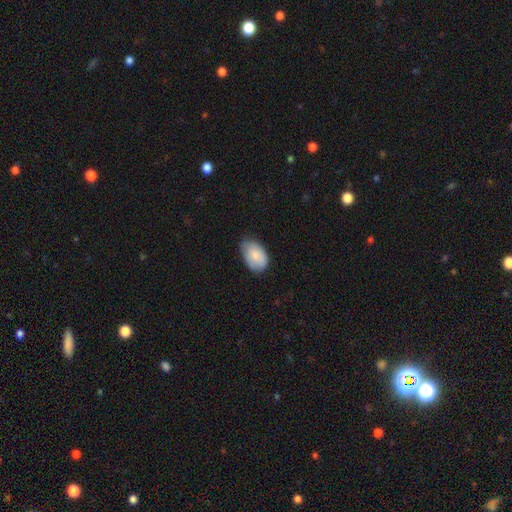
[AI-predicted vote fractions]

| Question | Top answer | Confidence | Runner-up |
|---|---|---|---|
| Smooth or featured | smooth | 81% | featured or disk (12%) |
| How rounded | in between | 89% | round (10%) |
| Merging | none | 58% | minor disturbance (35%) |